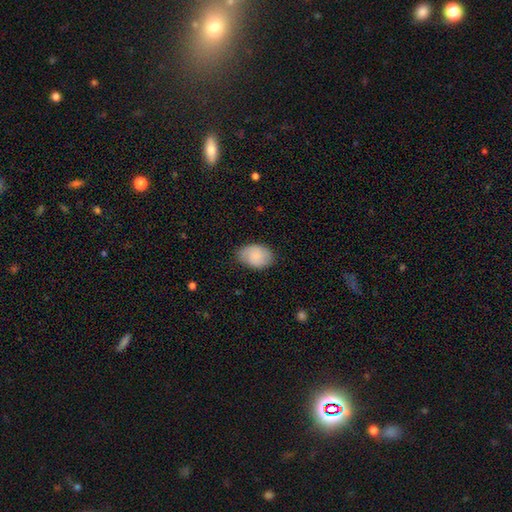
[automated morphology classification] type=smooth (77%); roundness=in between (82%); merging=none (72%).